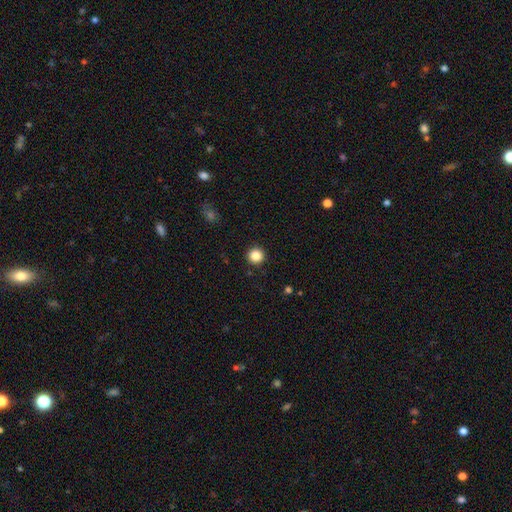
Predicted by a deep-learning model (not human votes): smooth-or-featured: smooth: 85% | star or artifact: 11% | featured or disk: 4%
  how-rounded: round: 95% | in between: 4% | cigar-shaped: 1%
  merging: none: 93% | minor disturbance: 4% | major disturbance: 2% | merger: 1%